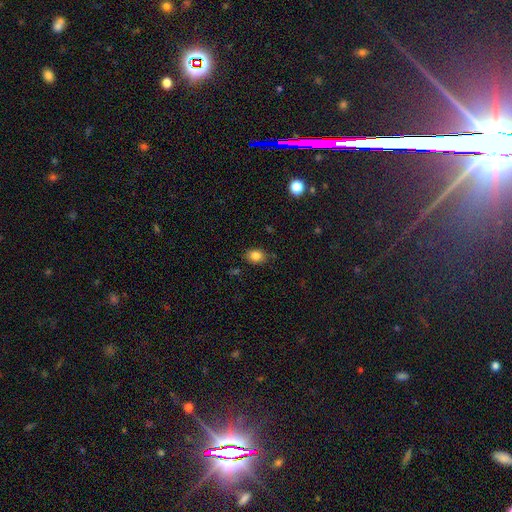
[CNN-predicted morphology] A smooth galaxy with no disk features (84%) that is in between round and cigar-shaped (65%). Merging: none (81%).